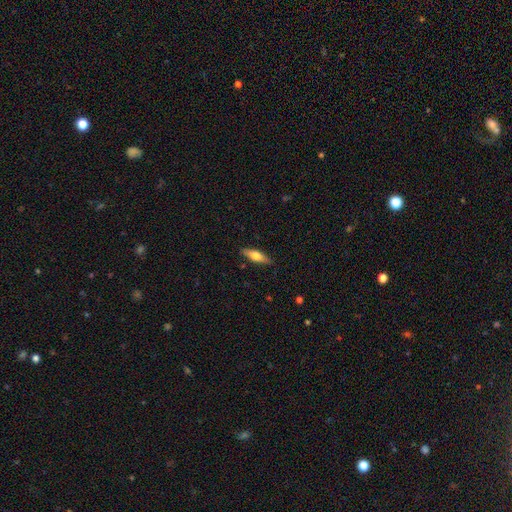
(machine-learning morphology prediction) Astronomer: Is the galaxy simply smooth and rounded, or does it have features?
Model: smooth — 57% (runner-up: featured or disk, 37%).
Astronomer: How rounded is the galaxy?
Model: cigar-shaped — 52% (runner-up: in between, 45%).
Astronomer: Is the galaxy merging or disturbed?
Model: none — 87%.